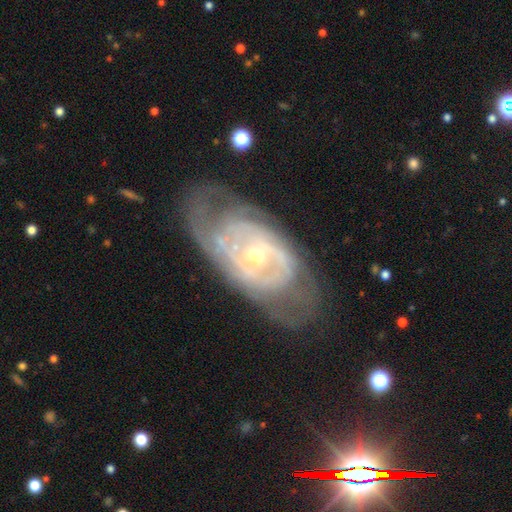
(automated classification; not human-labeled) Smooth or featured: featured or disk — 83% (smooth — 11%)
Edge-on disk: no — 94% (yes — 6%)
Bar: no — 63% (weak — 28%)
Spiral arms: yes — 84% (no — 16%)
Spiral winding: tight — 68% (medium — 25%)
Spiral arm count: can't tell — 49% (2 — 26%)
Bulge size: small — 60% (moderate — 37%)
Merging: none — 58% (minor disturbance — 23%)